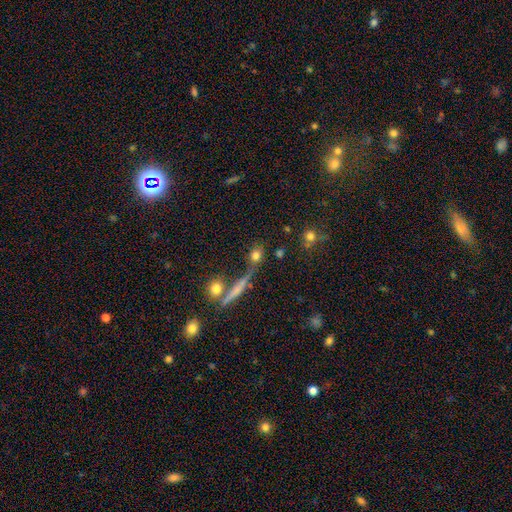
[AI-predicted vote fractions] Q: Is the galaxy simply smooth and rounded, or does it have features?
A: smooth — 74%.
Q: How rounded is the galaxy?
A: round — 60%.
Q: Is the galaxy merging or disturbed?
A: none — 65%.